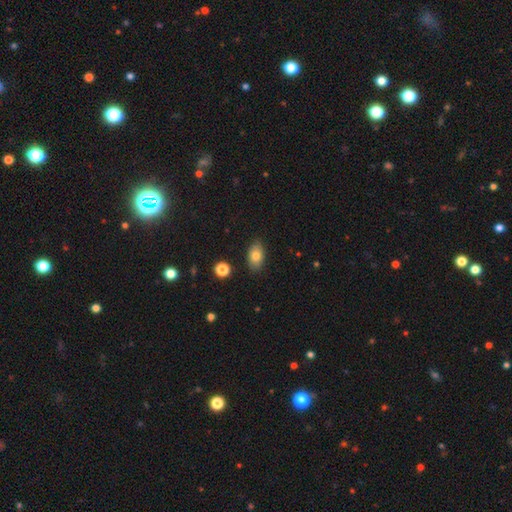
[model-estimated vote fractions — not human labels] smooth-or-featured: smooth: 79% | featured or disk: 12% | star or artifact: 9%
  how-rounded: in between: 88% | round: 9% | cigar-shaped: 2%
  merging: none: 86% | minor disturbance: 10% | major disturbance: 2% | merger: 2%